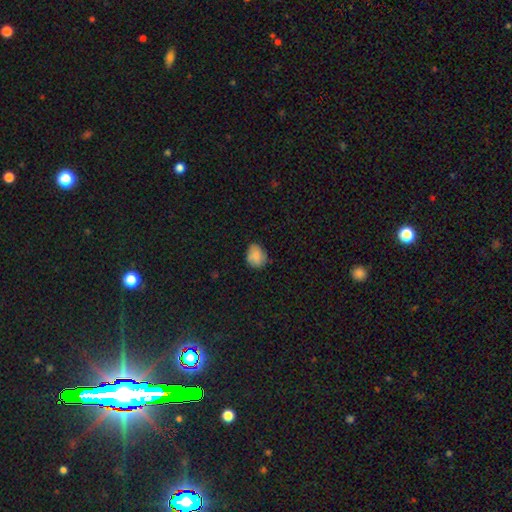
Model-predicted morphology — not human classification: Smooth or featured? smooth (80%)
How rounded? round (50%)
Merging? none (69%)